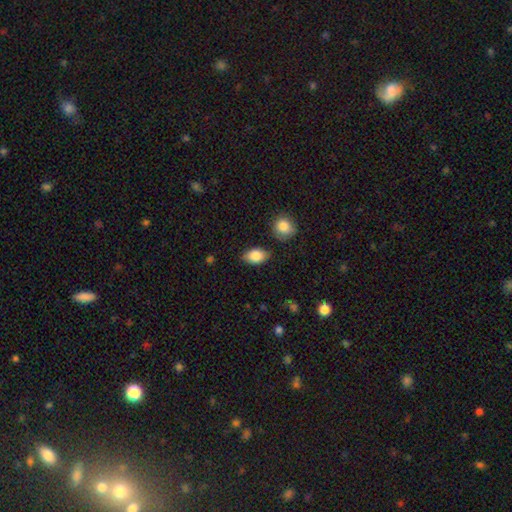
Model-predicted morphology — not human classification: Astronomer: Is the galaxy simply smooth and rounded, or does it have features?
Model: smooth — 85%.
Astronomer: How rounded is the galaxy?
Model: in between — 85%.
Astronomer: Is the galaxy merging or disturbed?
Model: none — 80%.